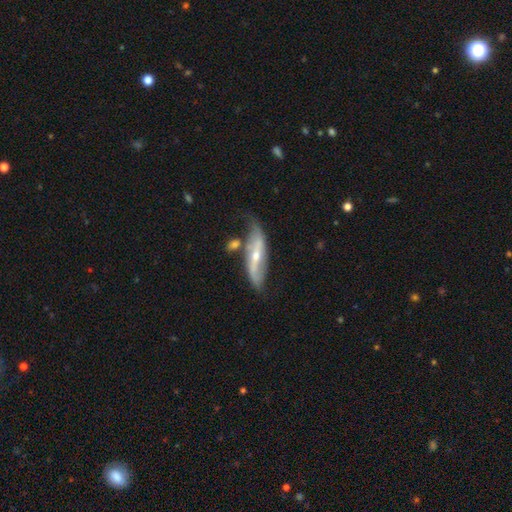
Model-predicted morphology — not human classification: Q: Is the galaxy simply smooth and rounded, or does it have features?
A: featured or disk — 76%.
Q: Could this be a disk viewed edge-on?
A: no — 77%.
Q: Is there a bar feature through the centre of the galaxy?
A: strong — 44%.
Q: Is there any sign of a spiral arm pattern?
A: yes — 86%.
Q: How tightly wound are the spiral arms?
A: loose — 67%.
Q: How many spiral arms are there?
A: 2 — 85%.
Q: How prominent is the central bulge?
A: small — 52%.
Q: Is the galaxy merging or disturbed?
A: none — 53%.